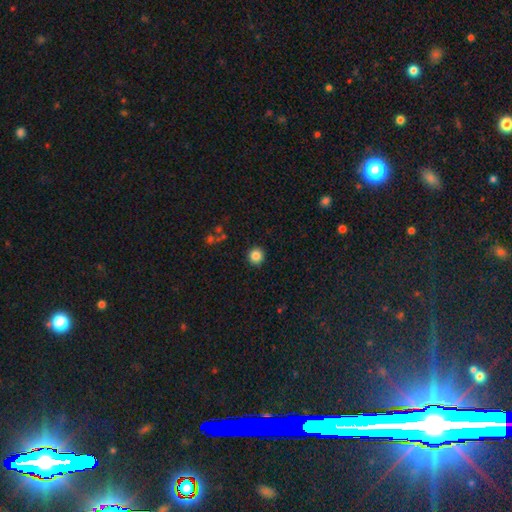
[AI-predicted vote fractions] Q: Smooth or featured?
A: smooth (85%); runner-up: star or artifact (10%)
Q: How rounded?
A: round (95%); runner-up: in between (4%)
Q: Merging?
A: none (92%); runner-up: minor disturbance (5%)